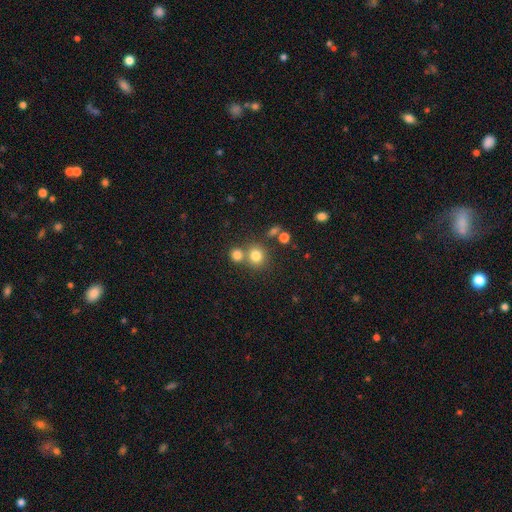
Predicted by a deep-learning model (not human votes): smooth 78%, star or artifact 14%, featured or disk 8%. Down the decision tree: how rounded — round (86%); merging — none (62%).